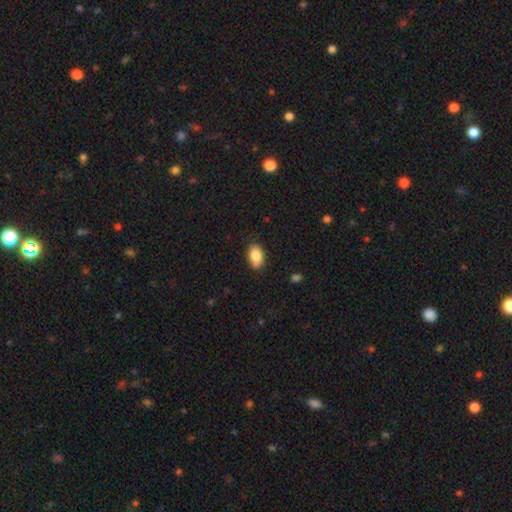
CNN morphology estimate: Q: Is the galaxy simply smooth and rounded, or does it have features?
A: smooth — 87%.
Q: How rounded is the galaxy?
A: in between — 91%.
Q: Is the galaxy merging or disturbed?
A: none — 79%.